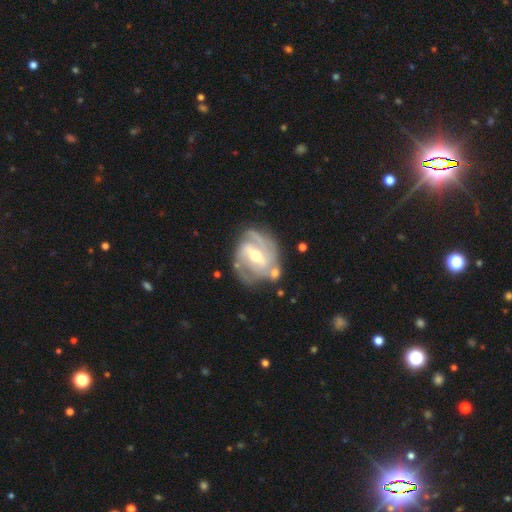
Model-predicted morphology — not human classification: A featured or disk galaxy (87%) with a weak bar (44%), 2 (47%) tight (47%) spiral arms (95%) and a moderate central bulge (66%).

Vote fractions:
- Smooth or featured? featured or disk: 87% / smooth: 8% / star or artifact: 5%
- Edge-on disk? no: 97% / yes: 3%
- Bar? weak: 44% / strong: 41% / no: 15%
- Spiral arms? yes: 95% / no: 5%
- Spiral winding? tight: 47% / medium: 42% / loose: 12%
- Spiral arm count? 2: 47% / 3: 28% / can't tell: 14% / 4: 4% / 1: 4% / more than 4: 3%
- Bulge size? moderate: 66% / small: 28% / large: 4% / none: 1% / dominant: 1%
- Merging? none: 67% / minor disturbance: 18% / major disturbance: 8% / merger: 7%